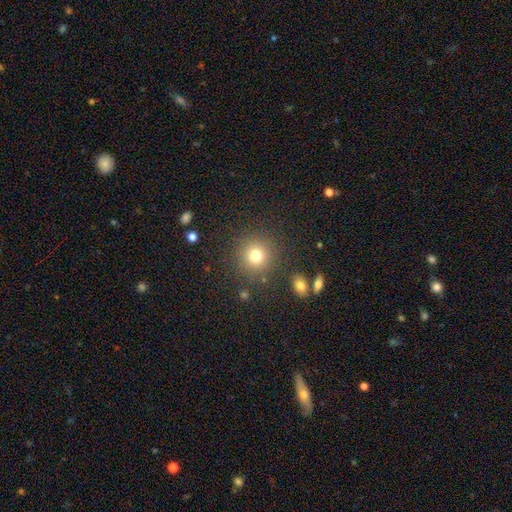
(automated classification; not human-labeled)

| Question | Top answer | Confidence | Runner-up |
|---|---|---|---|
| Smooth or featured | smooth | 78% | star or artifact (14%) |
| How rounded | round | 93% | in between (6%) |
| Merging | none | 87% | minor disturbance (7%) |